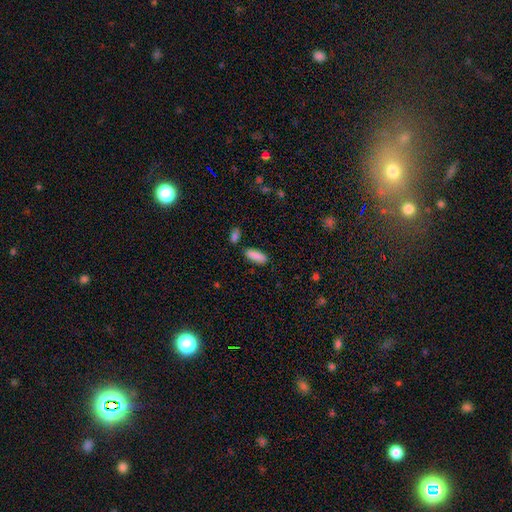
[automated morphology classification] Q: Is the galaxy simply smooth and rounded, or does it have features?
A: smooth — 89%.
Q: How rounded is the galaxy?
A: in between — 65%.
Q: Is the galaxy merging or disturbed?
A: none — 83%.